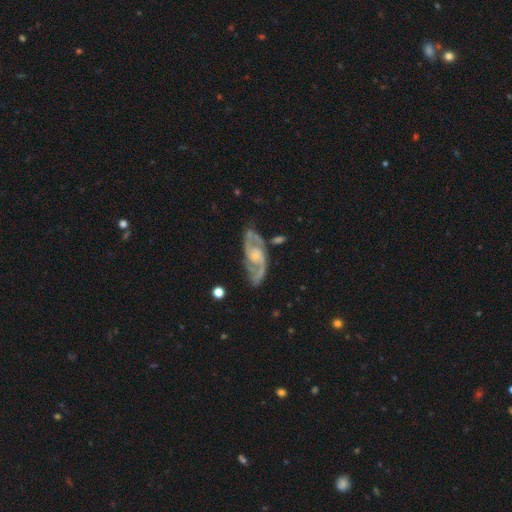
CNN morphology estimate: Smooth or featured? featured or disk (89%)
Edge-on disk? no (94%)
Bar? no (56%)
Spiral arms? yes (97%)
Spiral winding? medium (56%)
Spiral arm count? 2 (88%)
Bulge size? small (52%)
Merging? none (74%)